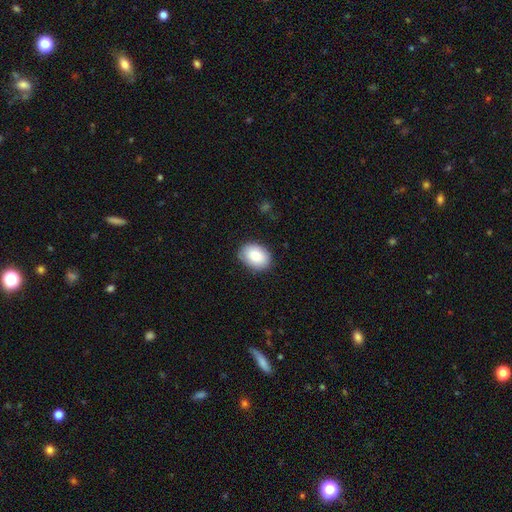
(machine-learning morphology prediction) The model was most divided on "how rounded": in between: 78%, round: 21%, cigar-shaped: 1%. More confident: smooth or featured — smooth (86%); merging — none (81%).